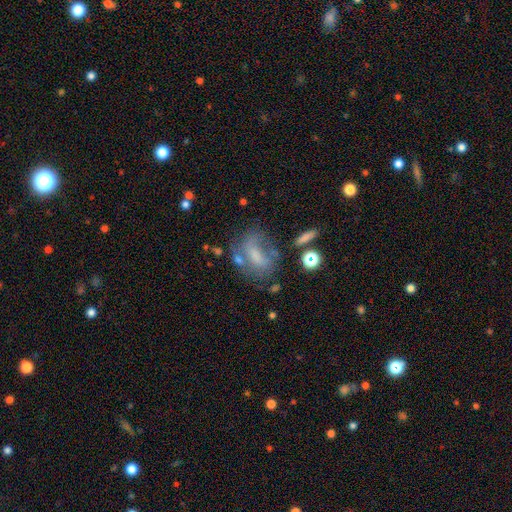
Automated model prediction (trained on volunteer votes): Overall: smooth (44%; featured or disk 41%). Merging: none (41%; major disturbance 24%).